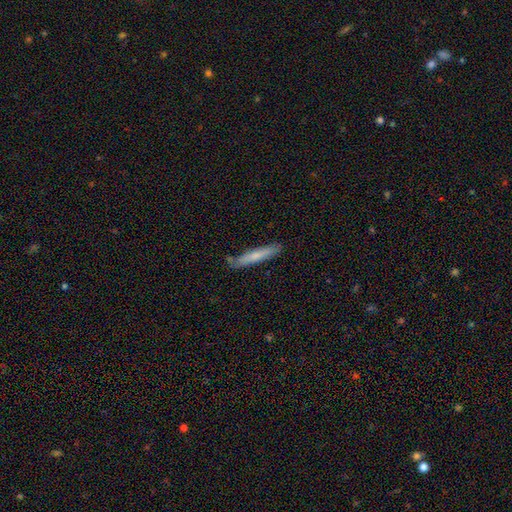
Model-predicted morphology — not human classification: This appears to be a smooth galaxy with no disk features (68%) that is cigar-shaped (93%). Merging: none (81%).